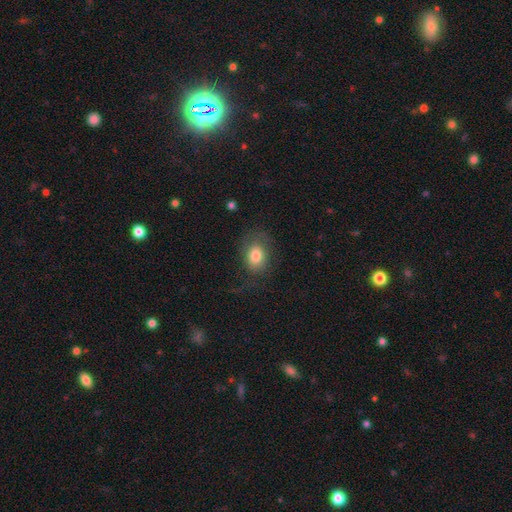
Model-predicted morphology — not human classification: A smooth galaxy with no disk features (72%) that is in between round and cigar-shaped (71%).

Vote fractions:
- Smooth or featured? smooth: 72% / featured or disk: 19% / star or artifact: 8%
- How rounded? in between: 71% / round: 28% / cigar-shaped: 1%
- Merging? none: 54% / major disturbance: 24% / minor disturbance: 20% / merger: 2%